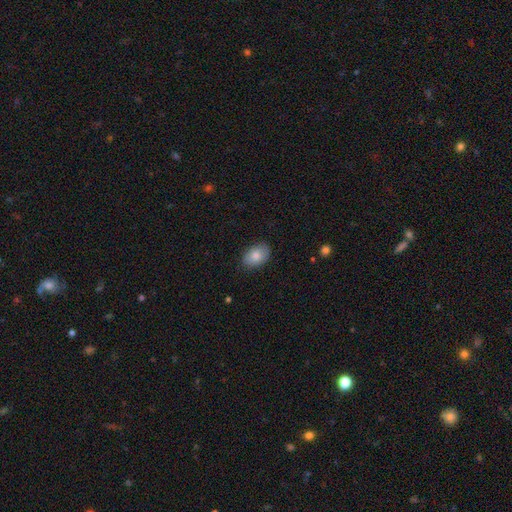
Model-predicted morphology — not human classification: smooth 82%, featured or disk 11%, star or artifact 7%. Down the decision tree: how rounded — in between (87%); merging — none (84%).